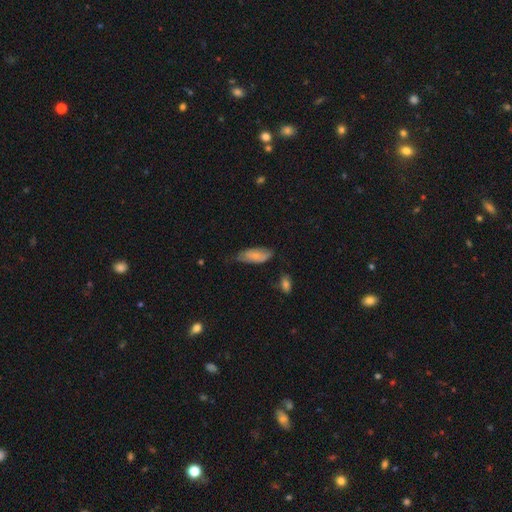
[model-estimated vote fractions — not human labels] smooth 68%, featured or disk 25%, star or artifact 6%. Down the decision tree: how rounded — in between (86%); merging — none (50%).